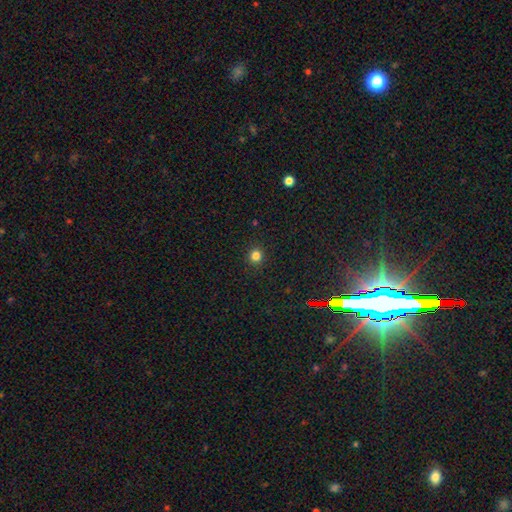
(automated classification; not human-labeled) Smooth or featured? Predicted: smooth (p=0.81). How rounded? Predicted: round (p=0.91). Merging? Predicted: none (p=0.92).